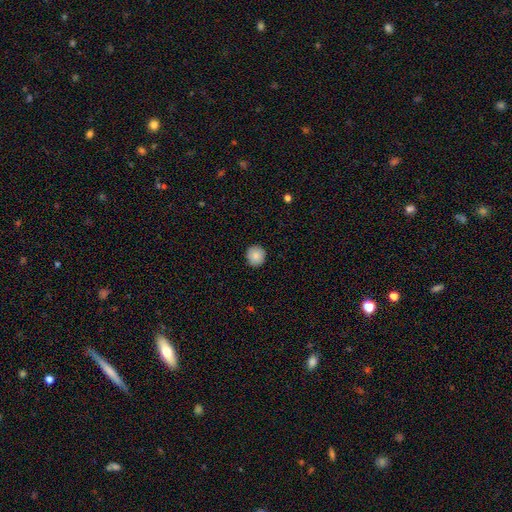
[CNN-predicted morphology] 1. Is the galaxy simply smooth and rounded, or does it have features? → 84% smooth, 8% star or artifact, 8% featured or disk.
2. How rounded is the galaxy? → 93% round, 6% in between, 1% cigar-shaped.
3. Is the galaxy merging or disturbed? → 91% none, 6% minor disturbance, 1% major disturbance, 1% merger.